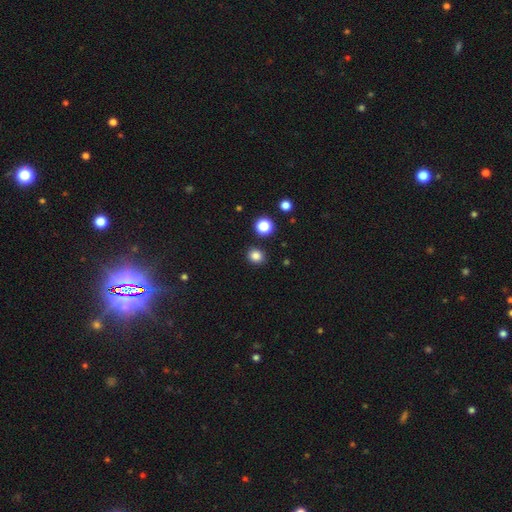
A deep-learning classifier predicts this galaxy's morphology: Overall: smooth (83%). How rounded: round (80%). Merging: none (88%).